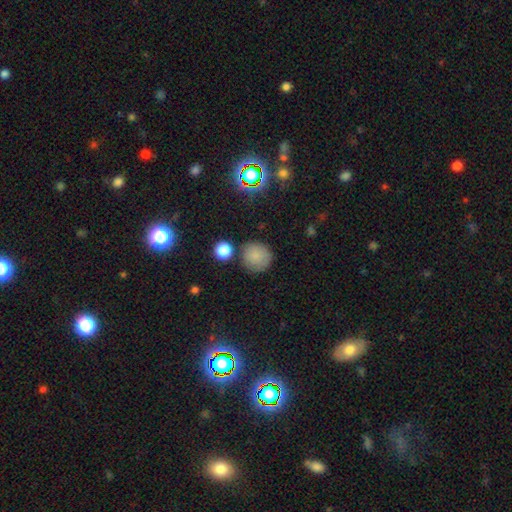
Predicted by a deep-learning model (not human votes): The model was most divided on "merging": none: 77%, minor disturbance: 13%, merger: 6%, major disturbance: 4%. More confident: how rounded — round (93%); smooth or featured — smooth (81%).